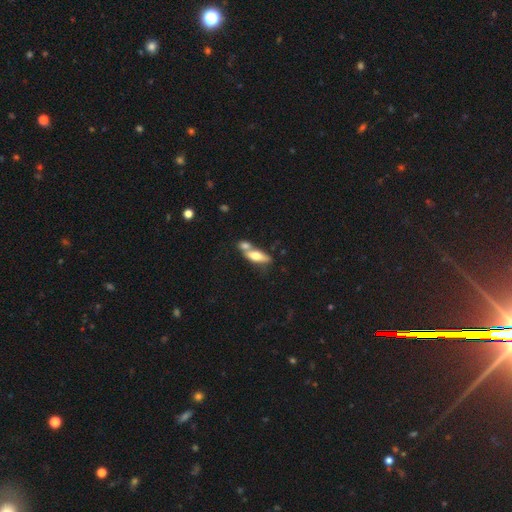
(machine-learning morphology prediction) This appears to be a smooth galaxy with no disk features (59%) that is in between round and cigar-shaped (57%). Merging: merger (48%).